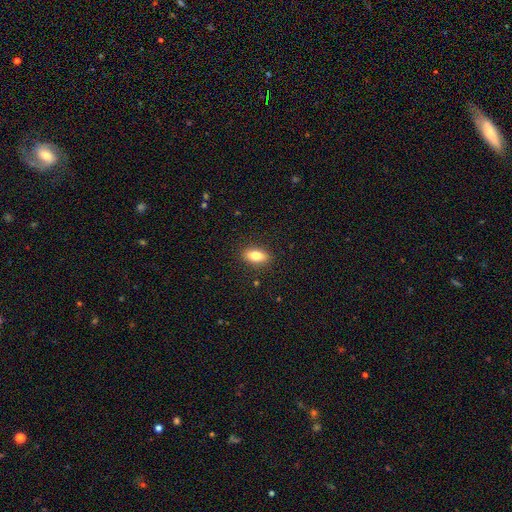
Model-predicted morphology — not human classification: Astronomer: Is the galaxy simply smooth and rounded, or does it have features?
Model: smooth — 78%.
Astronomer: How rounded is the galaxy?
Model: in between — 85%.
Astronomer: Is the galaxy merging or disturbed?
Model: none — 88%.